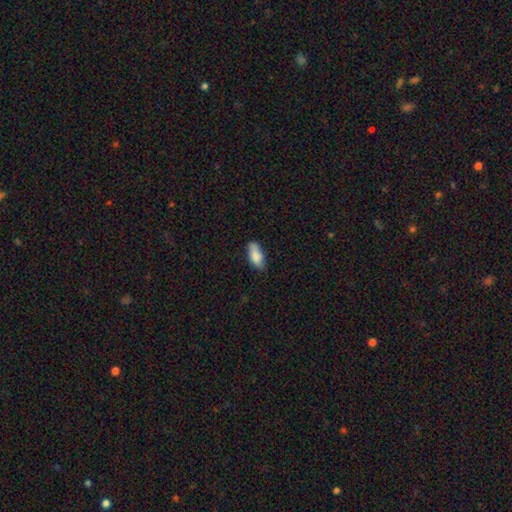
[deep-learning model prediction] Smooth or featured? smooth (84%)
How rounded? in between (85%)
Merging? none (70%)